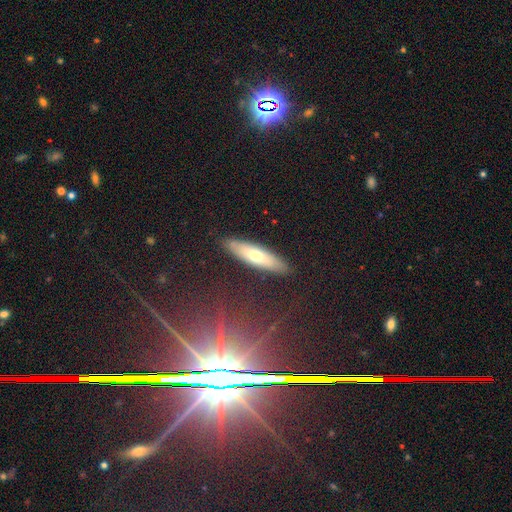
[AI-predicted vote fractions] This is possibly a smooth galaxy (57%). How rounded: likely cigar-shaped (71%). Merging: clearly none (88%).